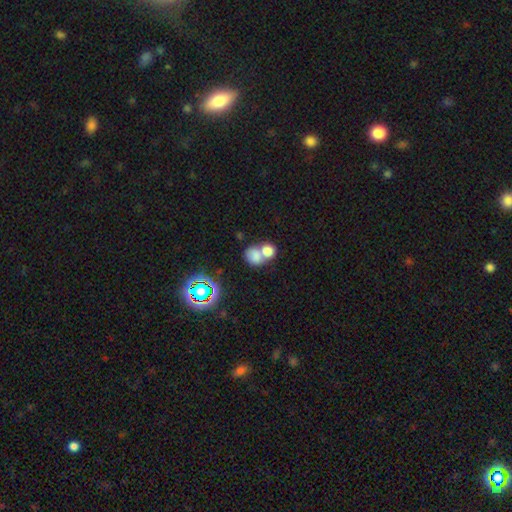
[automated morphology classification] smooth 74%, star or artifact 14%, featured or disk 13%. Down the decision tree: how rounded — round (59%); merging — merger (61%).